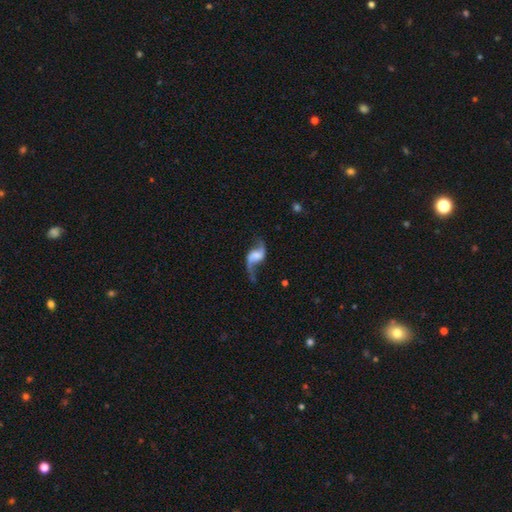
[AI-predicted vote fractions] Smooth or featured: featured or disk — 89% (smooth — 6%)
Edge-on disk: no — 97% (yes — 3%)
Bar: weak — 43% (no — 39%)
Spiral arms: yes — 96% (no — 4%)
Spiral winding: loose — 88% (medium — 10%)
Spiral arm count: 2 — 92% (1 — 3%)
Bulge size: none — 33% (moderate — 23%)
Merging: none — 70% (minor disturbance — 15%)